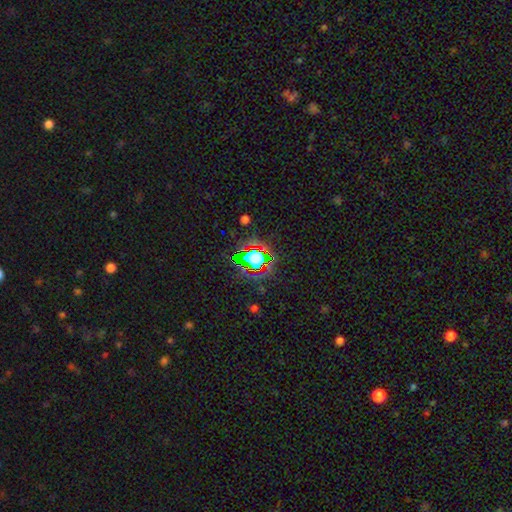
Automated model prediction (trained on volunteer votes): A star or artifact, not a galaxy (57%).

Vote fractions:
- Smooth or featured? star or artifact: 57% / smooth: 28% / featured or disk: 15%